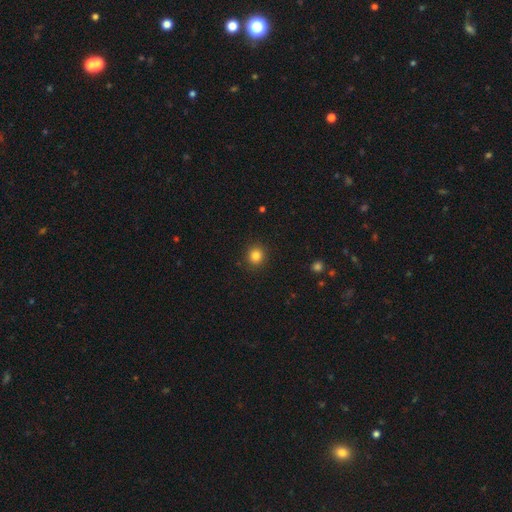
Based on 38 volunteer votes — Morphology: type=smooth (84%); roundness=round (91%); merging=none (97%).